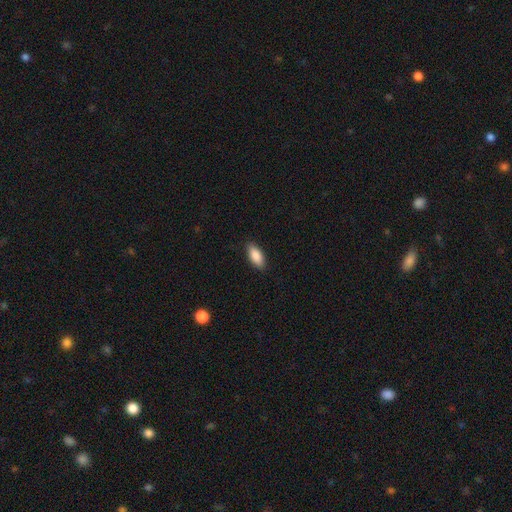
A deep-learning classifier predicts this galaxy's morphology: A smooth galaxy with no disk features (89%) that is in between round and cigar-shaped (89%). Merging: none (88%).